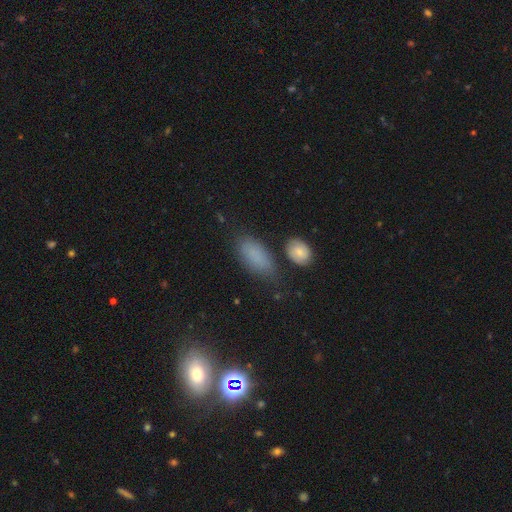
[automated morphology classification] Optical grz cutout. It shows a smooth galaxy with no disk features (79%) that is in between round and cigar-shaped (87%). Merging: none (65%).